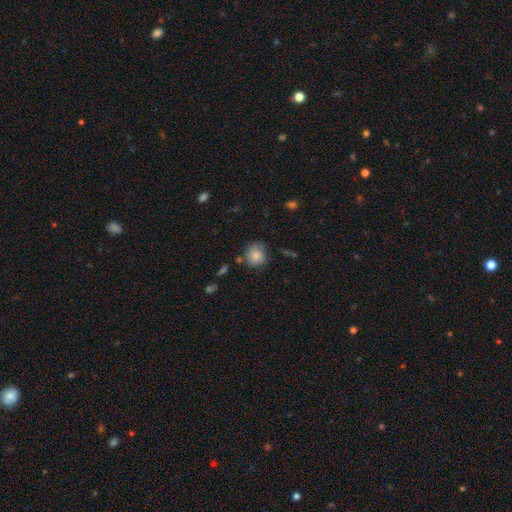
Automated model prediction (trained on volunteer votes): This is clearly a smooth galaxy (83%). How rounded: clearly round (80%). Merging: likely none (71%).